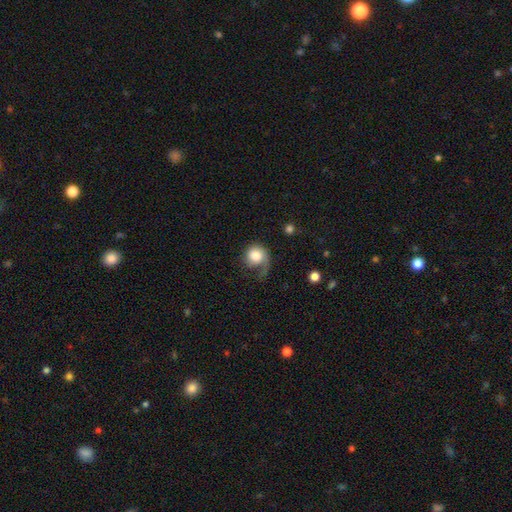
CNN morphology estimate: Smooth or featured? smooth (67%)
How rounded? round (82%)
Merging? major disturbance (37%, tied with none)